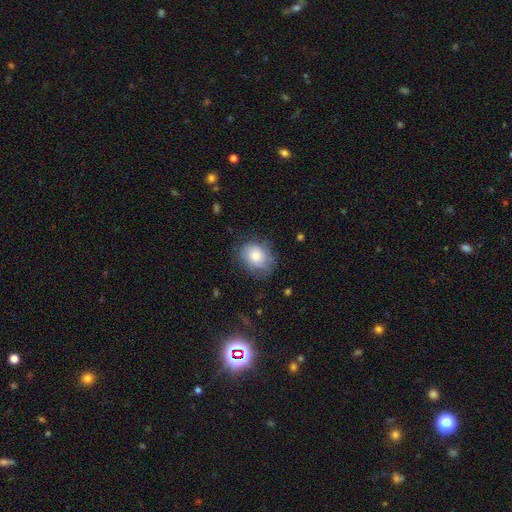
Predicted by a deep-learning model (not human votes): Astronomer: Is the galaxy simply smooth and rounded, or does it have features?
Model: smooth — 70%.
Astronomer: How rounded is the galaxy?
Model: round — 50% (runner-up: in between, 49%).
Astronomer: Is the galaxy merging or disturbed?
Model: none — 66%.